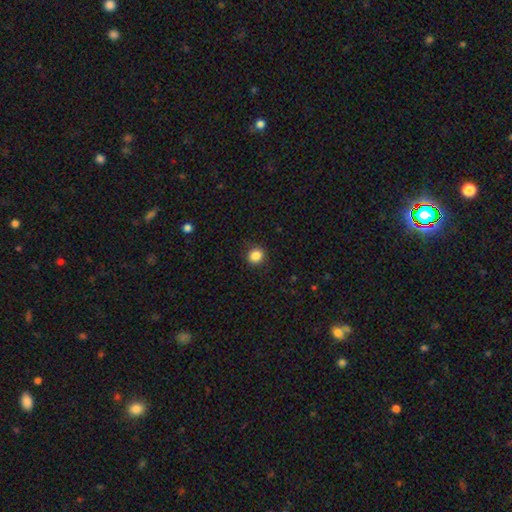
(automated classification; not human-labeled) Smooth or featured? smooth (86%)
How rounded? round (79%)
Merging? none (87%)